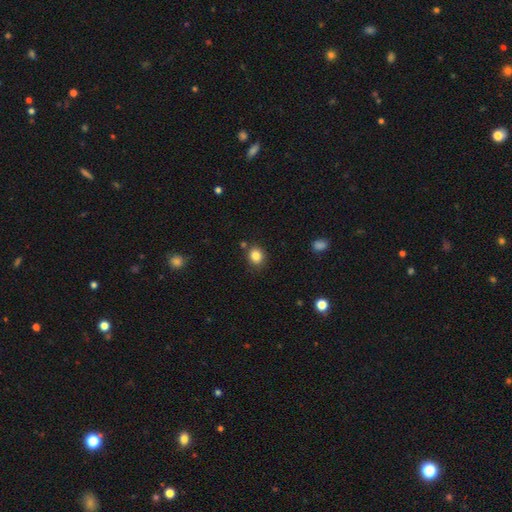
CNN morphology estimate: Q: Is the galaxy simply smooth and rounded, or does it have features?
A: smooth — 84%.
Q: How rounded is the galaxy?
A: round — 66%.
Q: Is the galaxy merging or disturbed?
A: none — 80%.